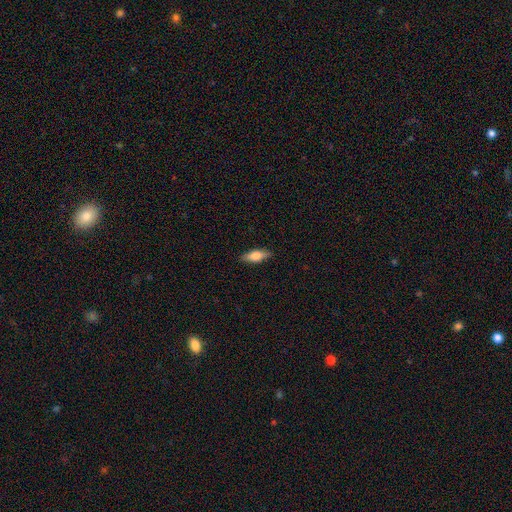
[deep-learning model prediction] Smooth or featured?
  - smooth: 74% *
  - featured or disk: 20%
  - star or artifact: 6%
How rounded?
  - in between: 66% *
  - cigar-shaped: 31%
  - round: 3%
Merging?
  - none: 87% *
  - minor disturbance: 10%
  - major disturbance: 2%
  - merger: 1%